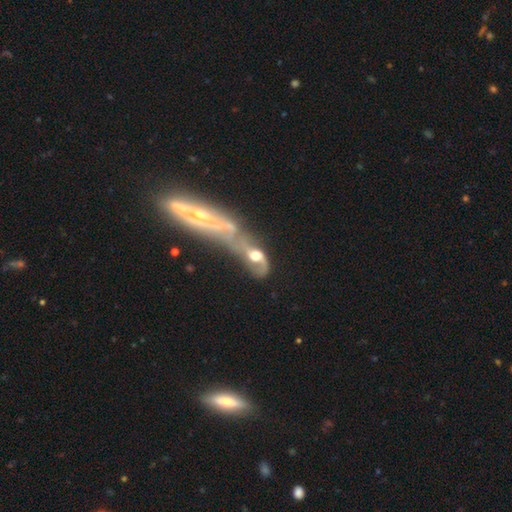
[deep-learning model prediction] featured or disk 67%, smooth 25%, star or artifact 8%. Down the decision tree: edge-on disk — no (88%); bar — no (67%); spiral arms — yes (74%); bulge size — moderate (55%); merging — merger (69%).